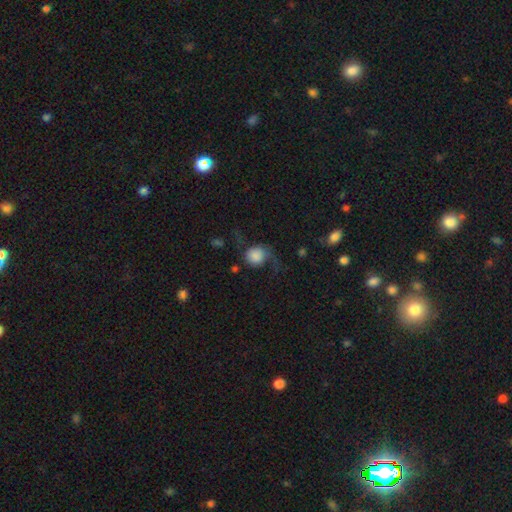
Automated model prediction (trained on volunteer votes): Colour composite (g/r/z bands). It shows a smooth galaxy with no disk features (58%) that is round (83%). Merging: none (45%).